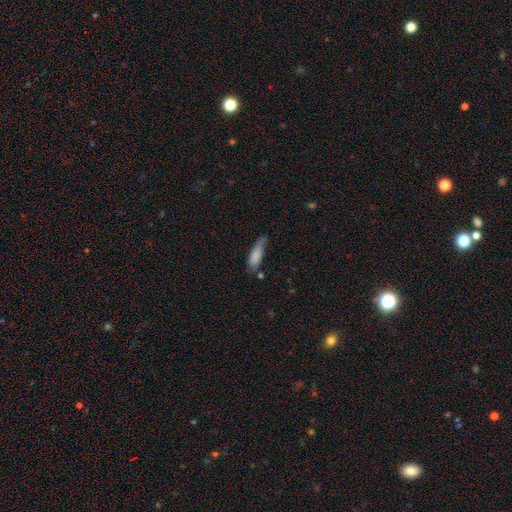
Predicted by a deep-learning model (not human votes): This is clearly a smooth galaxy (80%). How rounded: possibly in between (49%, tied with cigar-shaped). Merging: possibly none (46%).